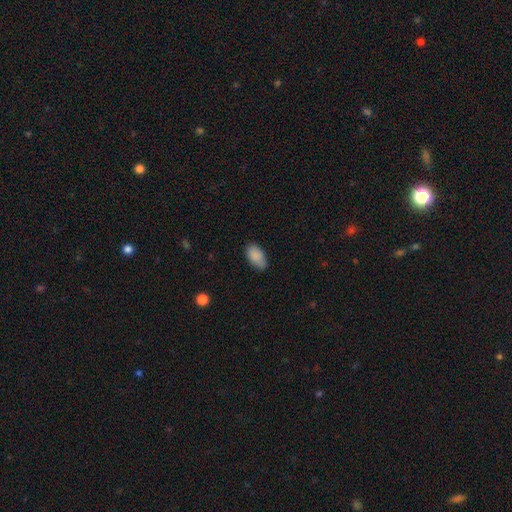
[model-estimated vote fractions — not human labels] This appears to be a smooth galaxy with no disk features (89%) that is in between round and cigar-shaped (94%). Merging: none (78%).